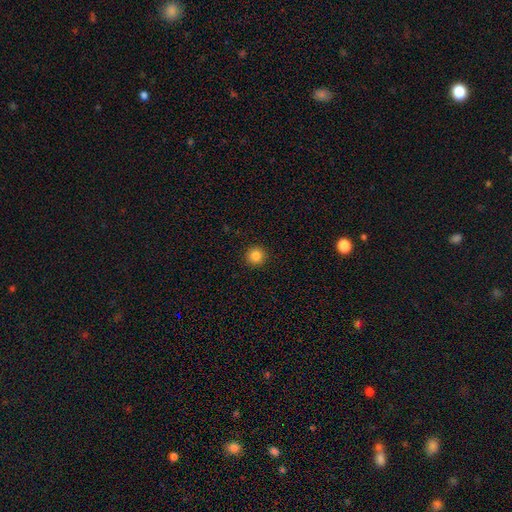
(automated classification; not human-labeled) smooth 84%, star or artifact 11%, featured or disk 5%. Down the decision tree: how rounded — round (95%); merging — none (93%).